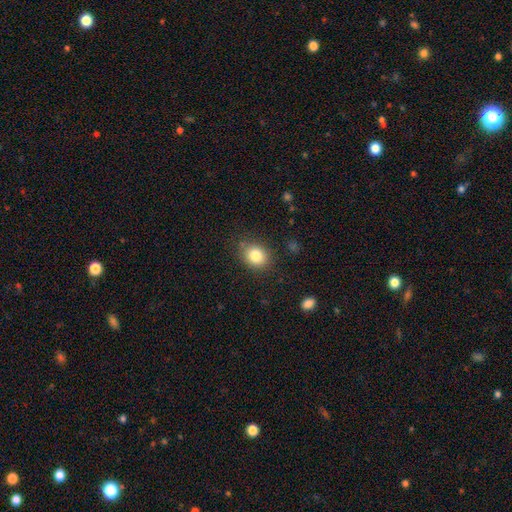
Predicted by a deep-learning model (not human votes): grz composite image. It shows a smooth galaxy with no disk features (83%) that is round (56%). Merging: none (83%).